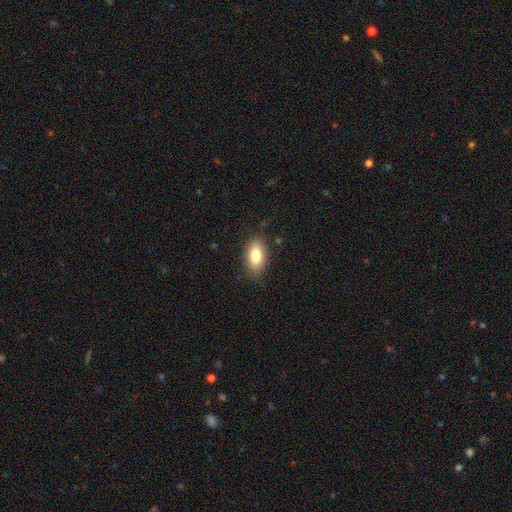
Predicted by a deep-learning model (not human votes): This is clearly a smooth galaxy (80%). How rounded: clearly in between (89%). Merging: clearly none (83%).